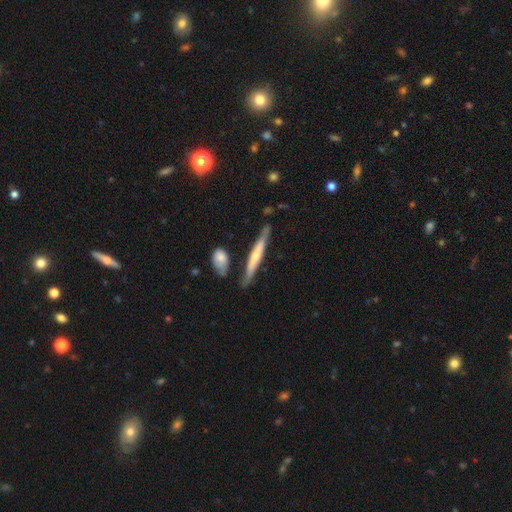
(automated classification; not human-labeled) Smooth or featured?
  - featured or disk: 50% *
  - smooth: 45%
  - star or artifact: 5%
Edge-on disk?
  - yes: 91% *
  - no: 9%
Merging?
  - none: 75% *
  - minor disturbance: 16%
  - merger: 5%
  - major disturbance: 3%